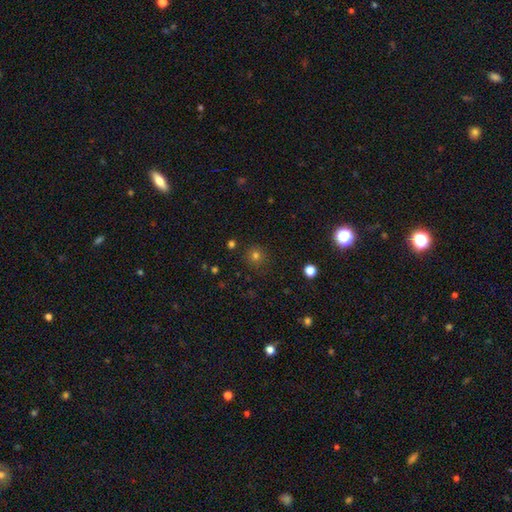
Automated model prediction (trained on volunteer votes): smooth_or_featured: smooth (p=0.73) [alt: star or artifact p=0.20]
how_rounded: round (p=0.94) [alt: in between p=0.05]
merging: none (p=0.88) [alt: minor disturbance p=0.07]